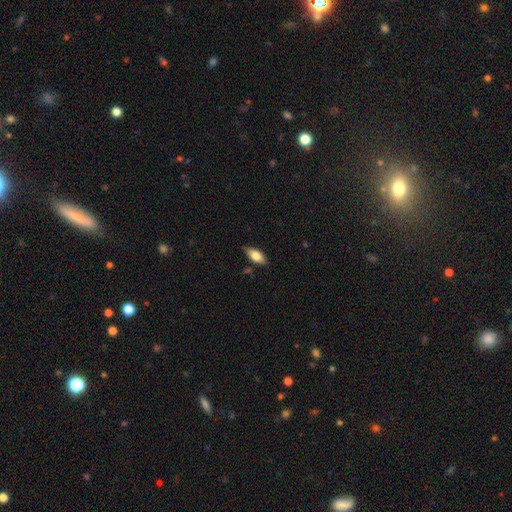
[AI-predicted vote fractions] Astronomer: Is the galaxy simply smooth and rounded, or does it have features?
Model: smooth — 76%.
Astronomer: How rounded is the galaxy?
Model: in between — 87%.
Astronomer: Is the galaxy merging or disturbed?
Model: none — 81%.